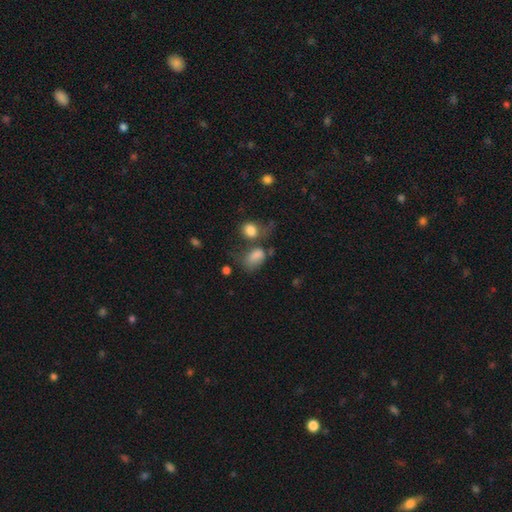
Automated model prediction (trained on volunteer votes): Overall: smooth (77%). How rounded: in between (79%). Merging: none (26%, tied with merger and major disturbance).